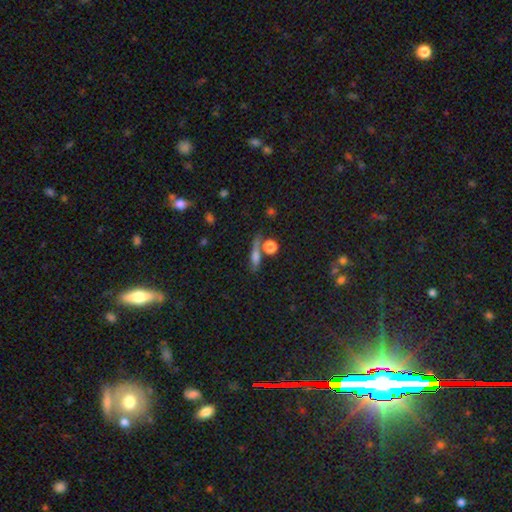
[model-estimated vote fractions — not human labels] Morphology: type=smooth (58%); roundness=cigar-shaped (52%); merging=none (62%).